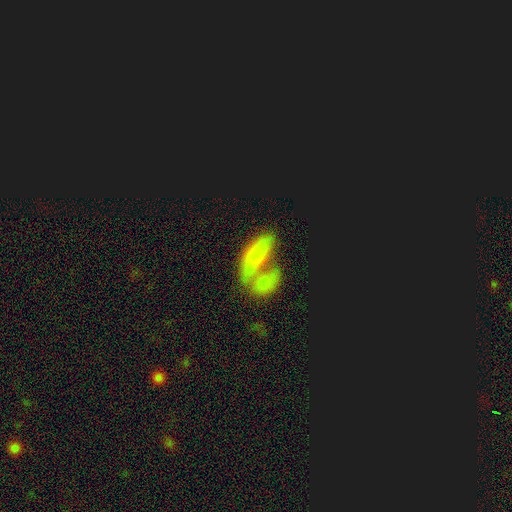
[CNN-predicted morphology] The model was most divided on "merging": merger: 52%, none: 28%, minor disturbance: 11%, major disturbance: 10%. More confident: how rounded — in between (72%); smooth or featured — smooth (71%).